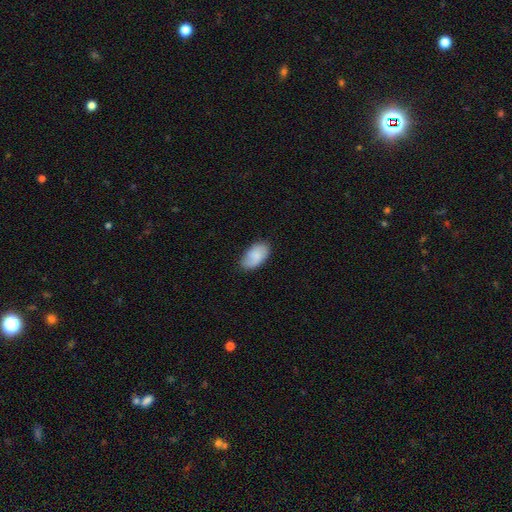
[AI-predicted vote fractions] Smooth or featured? smooth (79%)
How rounded? in between (95%)
Merging? none (77%)